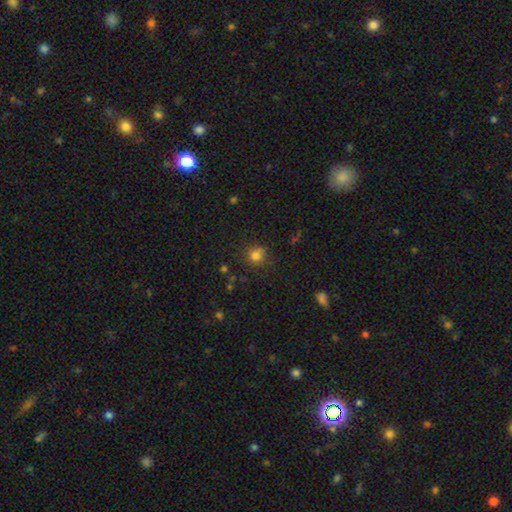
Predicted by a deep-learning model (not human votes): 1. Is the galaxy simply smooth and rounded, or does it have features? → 79% smooth, 15% star or artifact, 6% featured or disk.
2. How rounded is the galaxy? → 84% round, 15% in between, 1% cigar-shaped.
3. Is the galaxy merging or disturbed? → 78% none, 15% minor disturbance, 4% major disturbance, 3% merger.